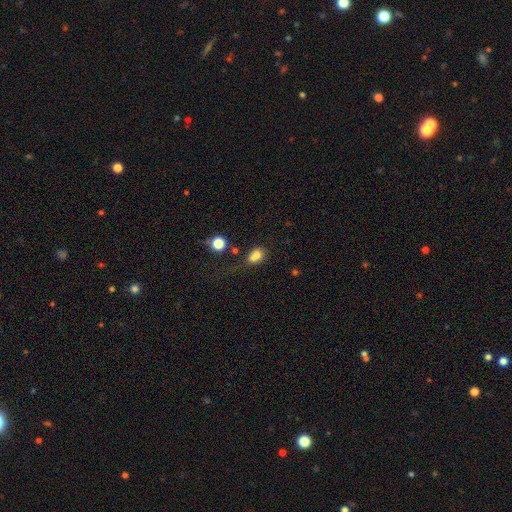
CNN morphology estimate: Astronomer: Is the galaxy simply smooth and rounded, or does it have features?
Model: smooth — 74%.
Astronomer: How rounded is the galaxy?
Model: in between — 58% (runner-up: round, 40%).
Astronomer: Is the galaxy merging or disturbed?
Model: merger — 40% (runner-up: none, 30%).